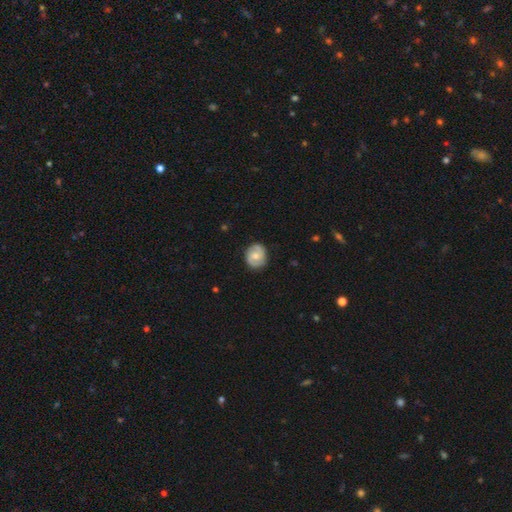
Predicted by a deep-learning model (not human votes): Morphology: type=featured or disk (63%); edge-on=no (98%); bar=no (52%); spiral arms=yes (88%); winding=tight (44%); arm count=2 (87%); bulge=moderate (60%); merging=none (84%).